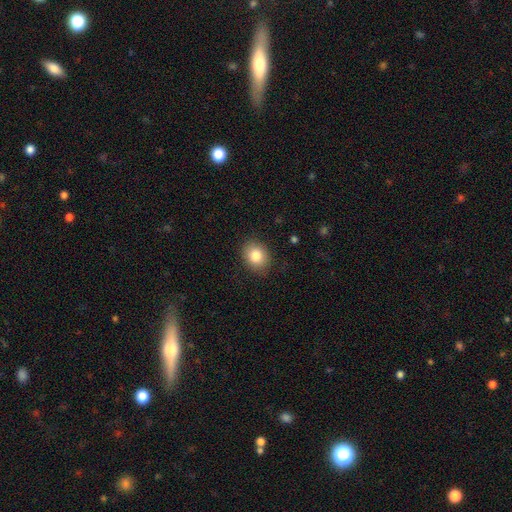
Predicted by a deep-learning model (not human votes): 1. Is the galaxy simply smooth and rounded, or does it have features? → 82% smooth, 9% star or artifact, 9% featured or disk.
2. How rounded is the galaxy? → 50% in between, 49% round, 1% cigar-shaped.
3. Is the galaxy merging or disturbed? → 87% none, 9% minor disturbance, 3% major disturbance, 1% merger.